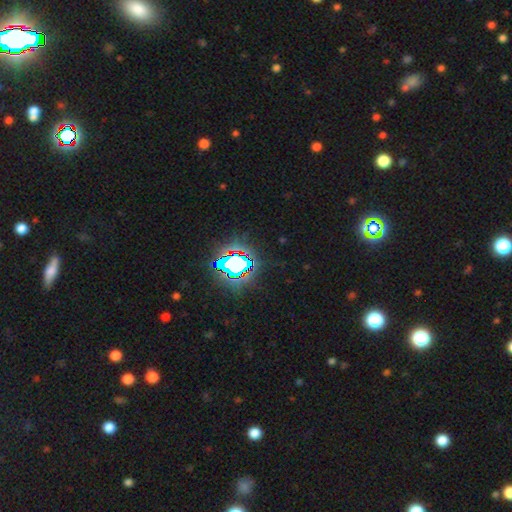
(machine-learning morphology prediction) A star or artifact, not a galaxy (82%).

Vote fractions:
- Smooth or featured? star or artifact: 82% / smooth: 11% / featured or disk: 7%